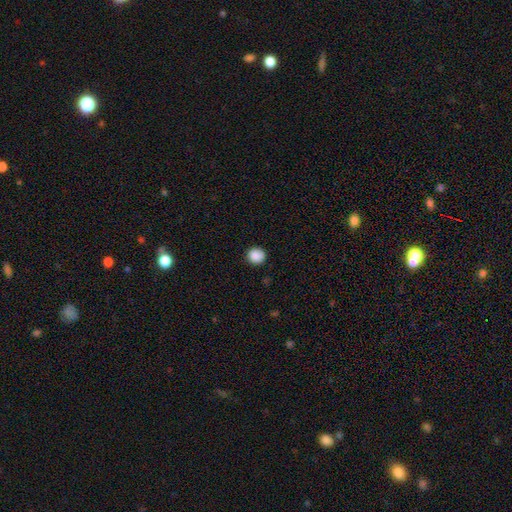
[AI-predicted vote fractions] A smooth galaxy with no disk features (88%) that is round (90%). Merging: none (89%).